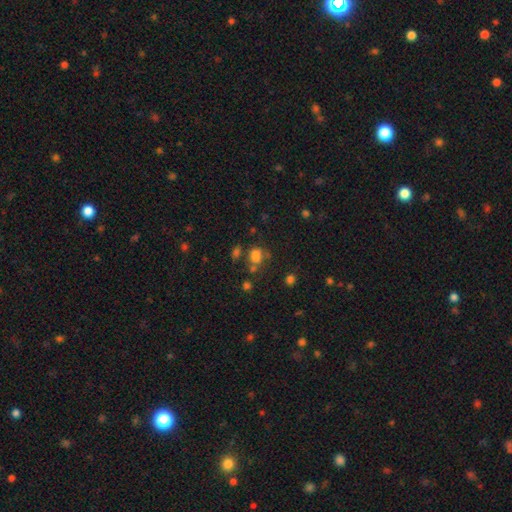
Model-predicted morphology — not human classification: Smooth or featured? Predicted: smooth (p=0.69). How rounded? Predicted: in between (p=0.59). Merging? Predicted: none (p=0.45).